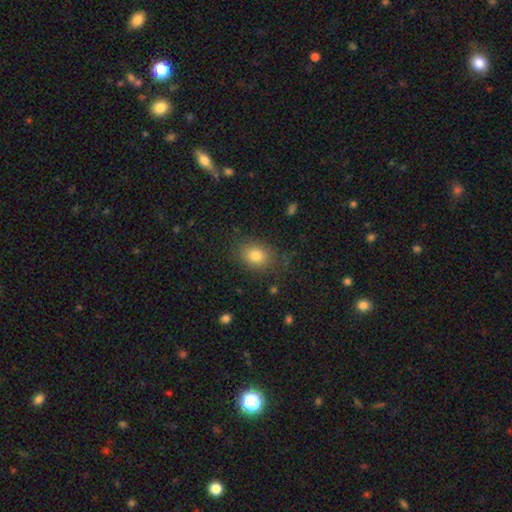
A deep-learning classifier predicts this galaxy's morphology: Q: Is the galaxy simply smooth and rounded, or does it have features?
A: smooth — 81%.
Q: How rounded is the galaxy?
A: in between — 63%.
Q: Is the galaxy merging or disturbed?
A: none — 81%.